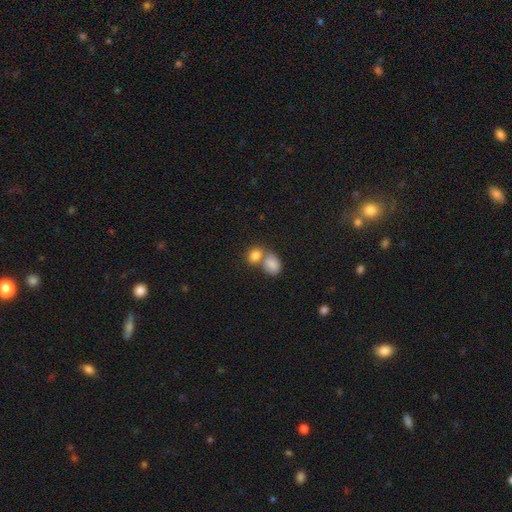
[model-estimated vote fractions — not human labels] This is clearly a smooth galaxy (83%). How rounded: likely in between (61%). Merging: possibly merger (56%).